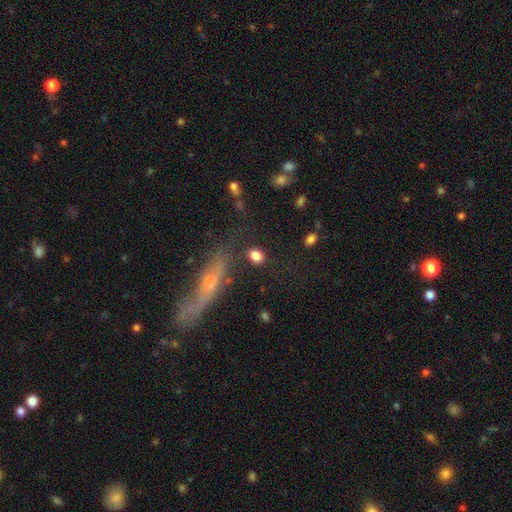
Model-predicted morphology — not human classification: Smooth or featured: smooth — 84% (star or artifact — 9%)
How rounded: in between — 56% (round — 40%)
Merging: none — 81% (minor disturbance — 10%)